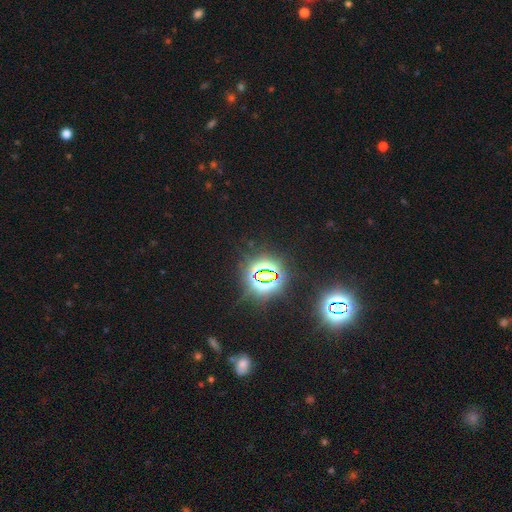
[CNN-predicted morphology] Smooth or featured: star or artifact — 81% (smooth — 12%)